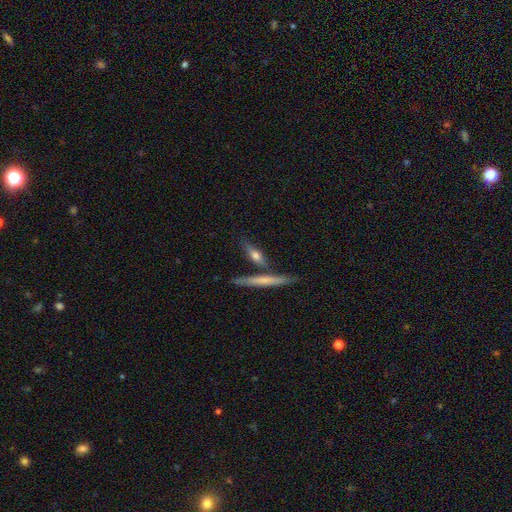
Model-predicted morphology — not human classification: Smooth or featured? smooth (51%)
How rounded? cigar-shaped (77%)
Merging? none (67%)